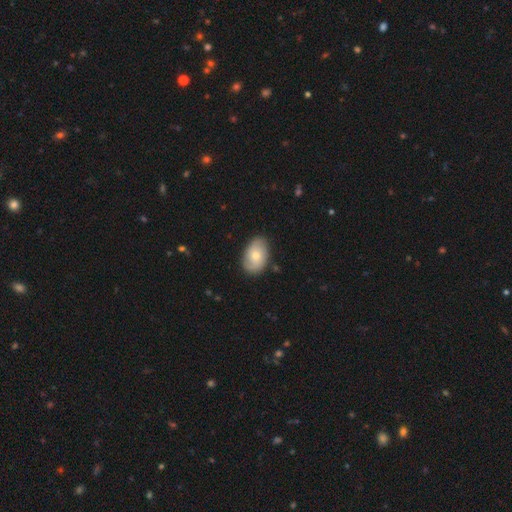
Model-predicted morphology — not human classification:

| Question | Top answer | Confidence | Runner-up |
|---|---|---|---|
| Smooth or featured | smooth | 59% | featured or disk (34%) |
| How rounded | in between | 86% | round (13%) |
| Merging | none | 81% | minor disturbance (15%) |